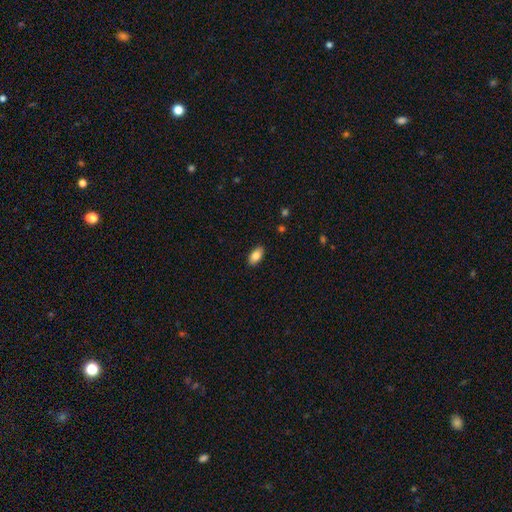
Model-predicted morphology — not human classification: Overall: smooth (84%). How rounded: in between (93%). Merging: none (88%).